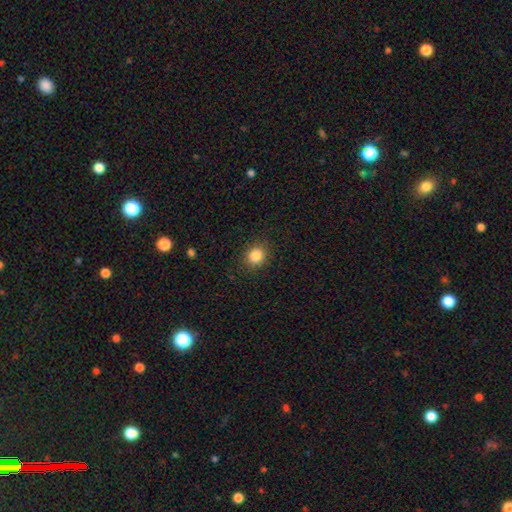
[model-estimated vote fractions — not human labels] A smooth galaxy with no disk features (86%) that is round (73%). Merging: none (88%).